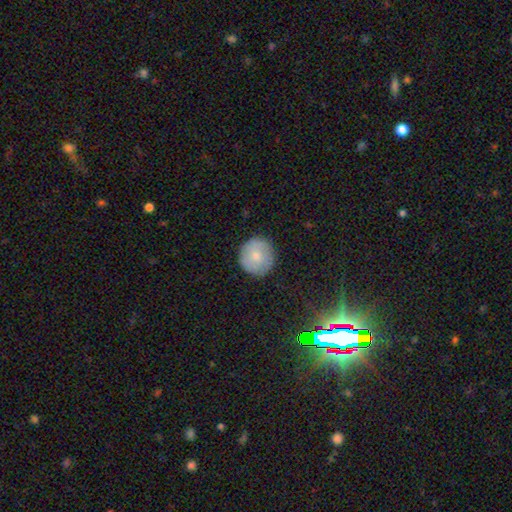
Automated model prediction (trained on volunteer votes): Smooth or featured?
  - smooth: 71% *
  - featured or disk: 21%
  - star or artifact: 7%
How rounded?
  - round: 95% *
  - in between: 4%
  - cigar-shaped: 1%
Merging?
  - none: 87% *
  - minor disturbance: 10%
  - major disturbance: 2%
  - merger: 1%